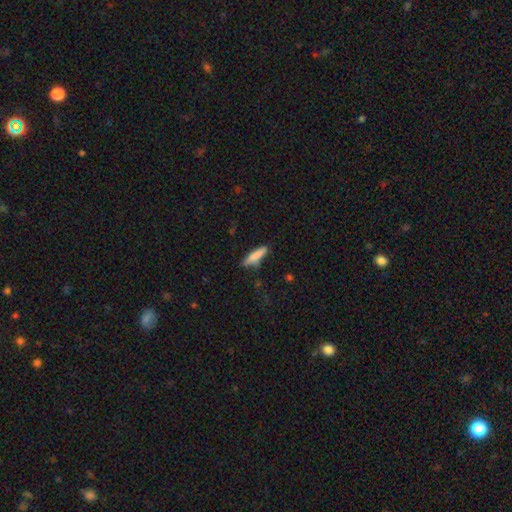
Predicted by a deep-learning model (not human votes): smooth_or_featured: smooth (p=0.80) [alt: featured or disk p=0.14]
how_rounded: cigar-shaped (p=0.80) [alt: in between p=0.18]
merging: none (p=0.74) [alt: minor disturbance p=0.19]